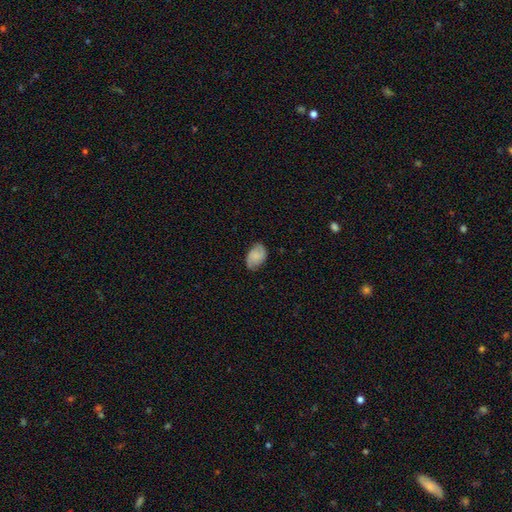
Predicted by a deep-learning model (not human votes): This is possibly a smooth galaxy (55%). How rounded: clearly in between (86%). Merging: likely none (75%).